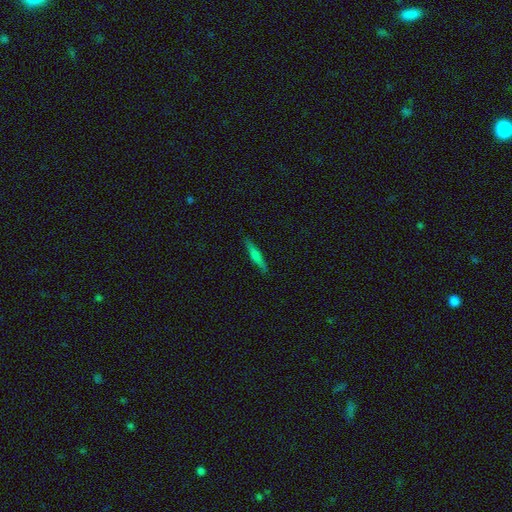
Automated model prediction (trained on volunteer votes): Morphology: type=smooth (53%); roundness=cigar-shaped (90%); merging=none (89%).